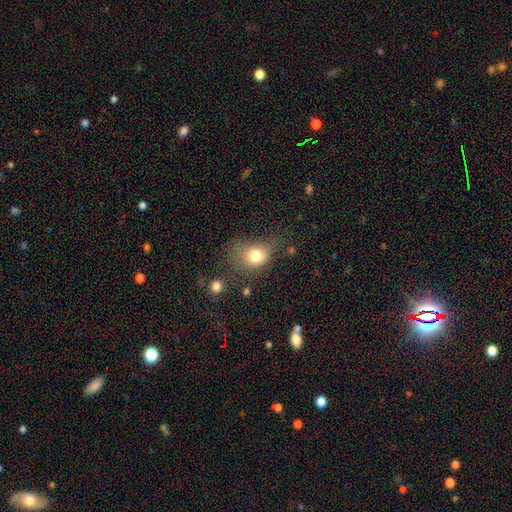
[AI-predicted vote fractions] Smooth or featured: smooth — 75% (featured or disk — 13%)
How rounded: round — 51% (in between — 48%)
Merging: none — 37% (minor disturbance — 31%)